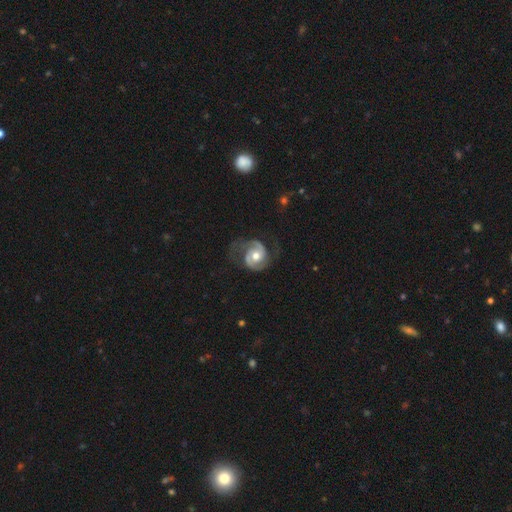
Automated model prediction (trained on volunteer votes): A featured or disk galaxy (86%) with no bar (66%), 2 (90%) medium (51%) spiral arms (96%) and a moderate central bulge (75%). Merging: none (64%).